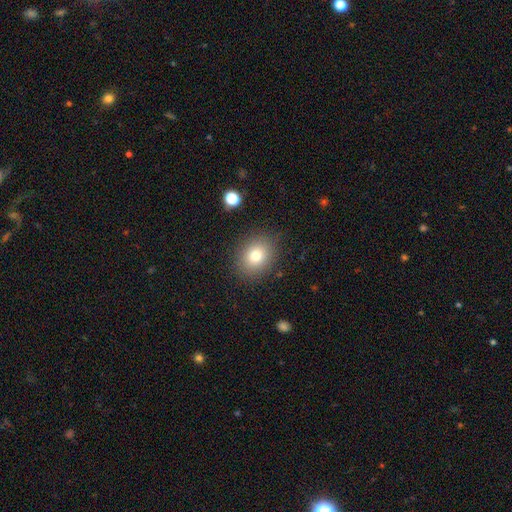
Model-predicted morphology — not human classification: type=smooth (79%); roundness=round (55%); merging=none (86%).